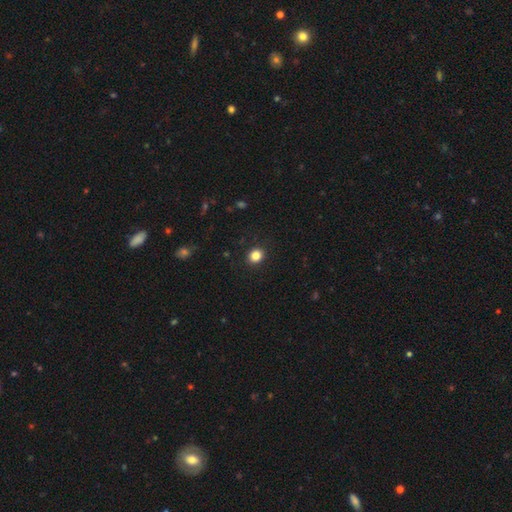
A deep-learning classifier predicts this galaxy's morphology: This is clearly a smooth galaxy (84%). How rounded: likely round (75%). Merging: clearly none (91%).